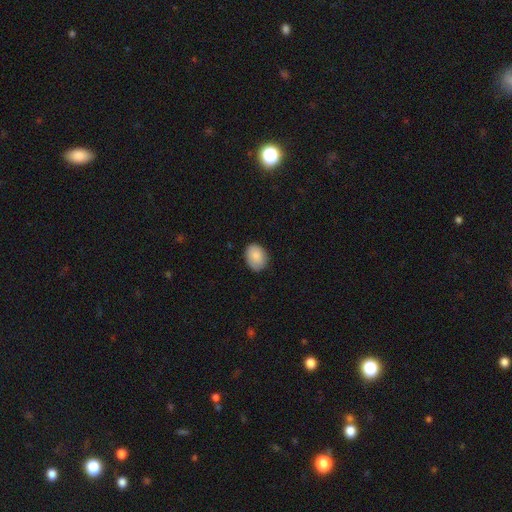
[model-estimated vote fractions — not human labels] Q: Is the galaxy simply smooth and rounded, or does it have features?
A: smooth — 87%.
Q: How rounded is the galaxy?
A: in between — 67%.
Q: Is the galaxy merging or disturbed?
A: none — 82%.